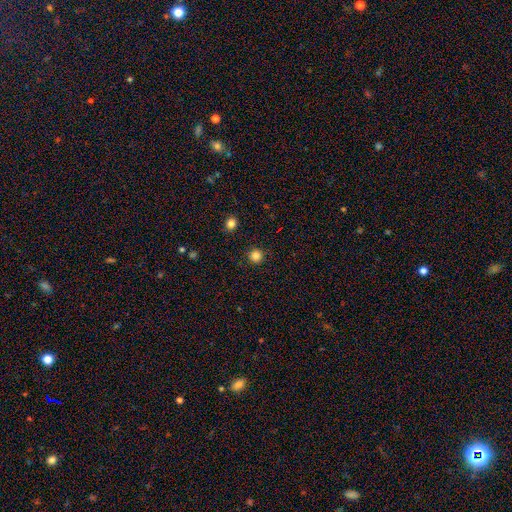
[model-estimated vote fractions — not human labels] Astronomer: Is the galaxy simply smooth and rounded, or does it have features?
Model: smooth — 84%.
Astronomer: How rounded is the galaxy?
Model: round — 95%.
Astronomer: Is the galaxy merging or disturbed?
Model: none — 92%.